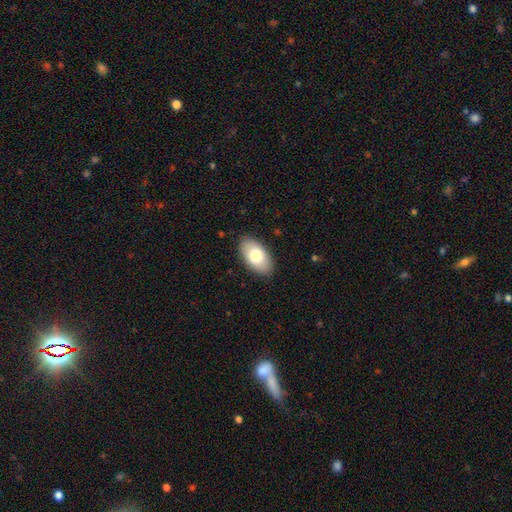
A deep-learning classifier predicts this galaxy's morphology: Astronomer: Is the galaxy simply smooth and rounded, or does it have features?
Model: smooth — 79%.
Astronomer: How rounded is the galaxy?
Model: in between — 95%.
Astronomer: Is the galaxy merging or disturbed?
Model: none — 87%.